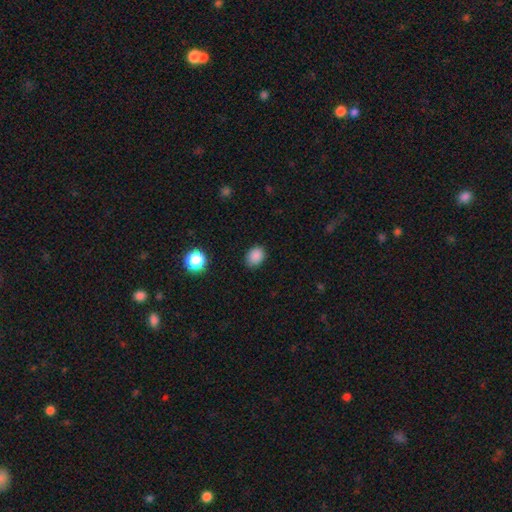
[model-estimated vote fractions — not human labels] A smooth galaxy with no disk features (86%) that is in between round and cigar-shaped (57%).

Vote fractions:
- Smooth or featured? smooth: 86% / star or artifact: 11% / featured or disk: 3%
- How rounded? in between: 57% / round: 42% / cigar-shaped: 1%
- Merging? none: 82% / minor disturbance: 13% / major disturbance: 3% / merger: 1%